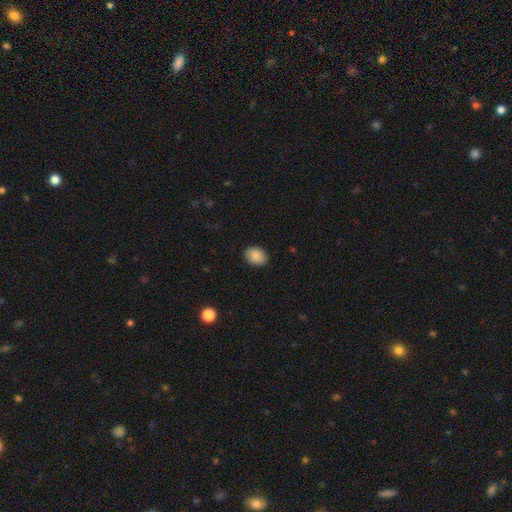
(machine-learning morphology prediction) A smooth galaxy with no disk features (88%) that is in between round and cigar-shaped (65%). Merging: none (88%).